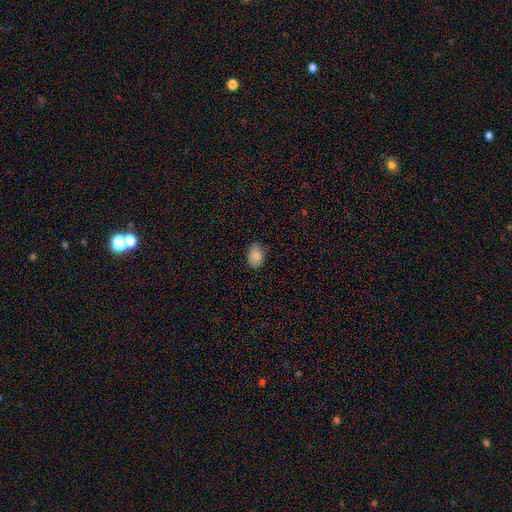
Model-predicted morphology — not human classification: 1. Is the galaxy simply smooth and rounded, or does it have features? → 86% smooth, 8% star or artifact, 6% featured or disk.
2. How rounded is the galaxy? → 83% in between, 16% round, 1% cigar-shaped.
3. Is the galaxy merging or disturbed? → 79% none, 17% minor disturbance, 3% major disturbance, 1% merger.